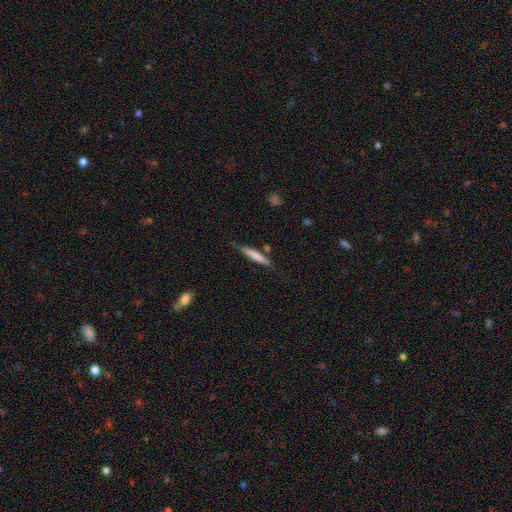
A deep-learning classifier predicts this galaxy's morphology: Smooth or featured? smooth (67%)
How rounded? cigar-shaped (90%)
Merging? none (69%)